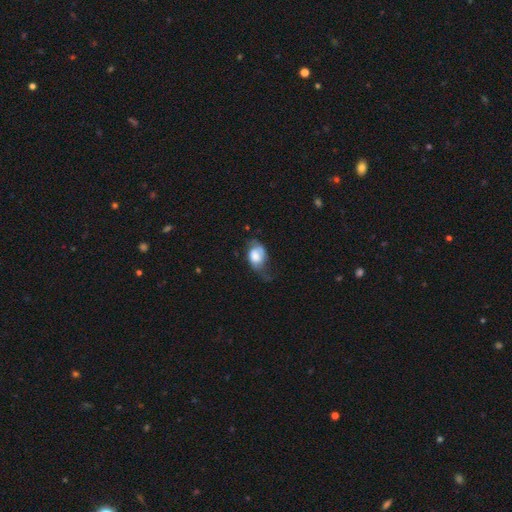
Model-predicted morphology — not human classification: Smooth or featured? Predicted: smooth (p=0.57). How rounded? Predicted: in between (p=0.79). Merging? Predicted: major disturbance (p=0.36).